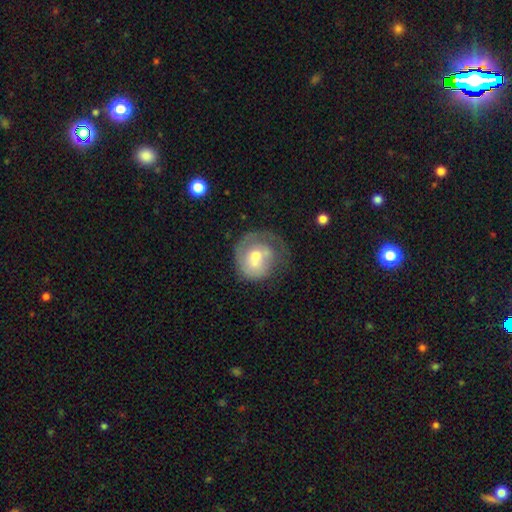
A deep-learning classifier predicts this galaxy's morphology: This is possibly a featured or disk galaxy (56%). It is clearly not viewed edge-on (97%). Bar: likely no (70%). Spiral arm pattern: likely yes (62%). Central bulge: possibly moderate (52%). Merging: marginally none (37%).